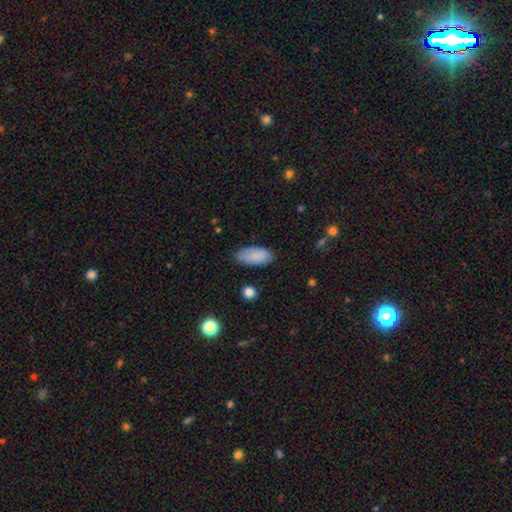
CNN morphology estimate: Q: Smooth or featured?
A: smooth (87%); runner-up: featured or disk (6%)
Q: How rounded?
A: in between (90%); runner-up: cigar-shaped (8%)
Q: Merging?
A: none (80%); runner-up: minor disturbance (15%)